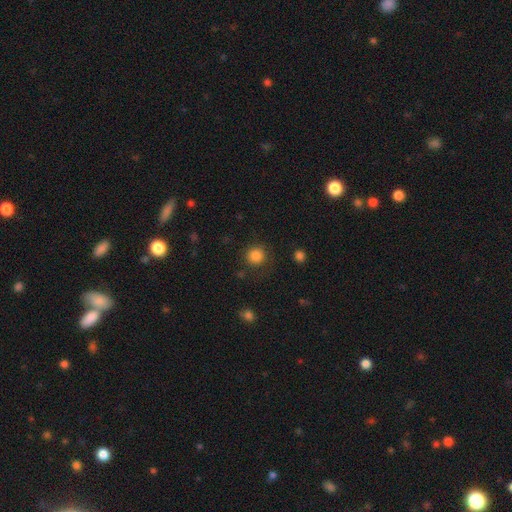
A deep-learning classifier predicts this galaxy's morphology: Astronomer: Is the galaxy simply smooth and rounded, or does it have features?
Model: smooth — 85%.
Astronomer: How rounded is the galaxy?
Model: round — 94%.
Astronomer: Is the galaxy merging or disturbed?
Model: none — 87%.